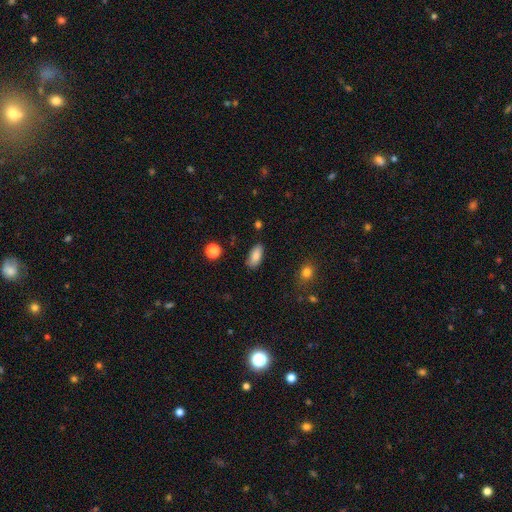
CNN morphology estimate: Smooth or featured? smooth (85%)
How rounded? in between (89%)
Merging? none (81%)